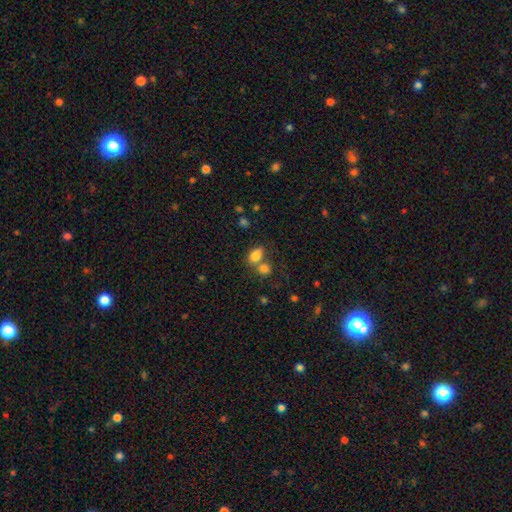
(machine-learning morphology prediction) Smooth or featured: smooth — 82% (star or artifact — 11%)
How rounded: in between — 84% (round — 14%)
Merging: none — 46% (merger — 38%)